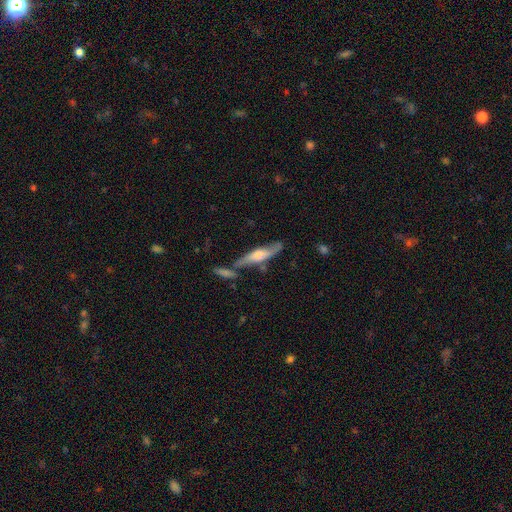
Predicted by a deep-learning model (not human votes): Morphology: type=featured or disk (64%); edge-on=yes (77%); merging=none (61%).